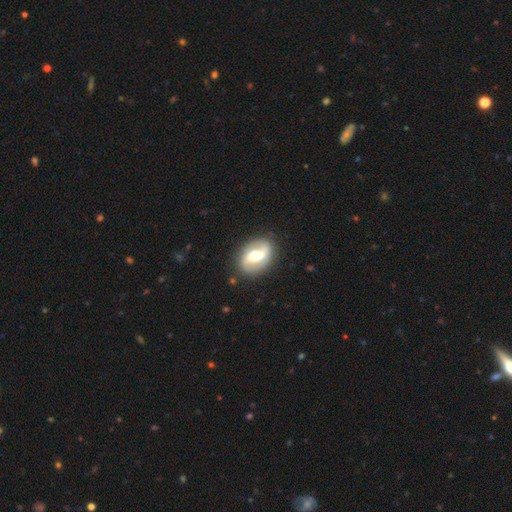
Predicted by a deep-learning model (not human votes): featured or disk 76%, smooth 19%, star or artifact 5%. Down the decision tree: edge-on disk — no (96%); bar — weak (42%); spiral arms — yes (86%); spiral arm count — 2 (90%); spiral winding — loose (46%); bulge size — moderate (64%); merging — none (84%).